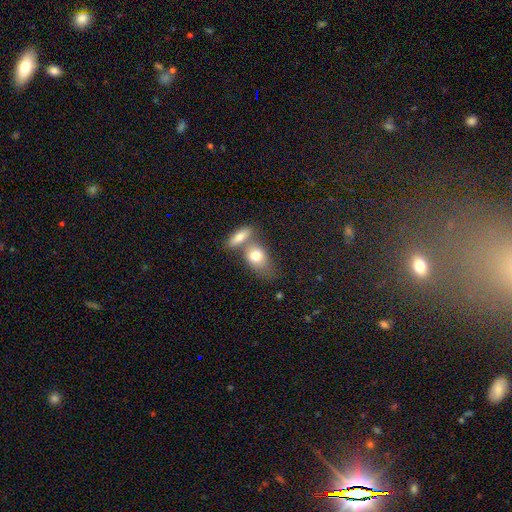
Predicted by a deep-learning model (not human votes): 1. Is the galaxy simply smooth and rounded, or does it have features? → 76% smooth, 17% featured or disk, 7% star or artifact.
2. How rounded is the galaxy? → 77% in between, 18% round, 5% cigar-shaped.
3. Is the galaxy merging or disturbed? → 50% merger, 33% none, 11% minor disturbance, 5% major disturbance.